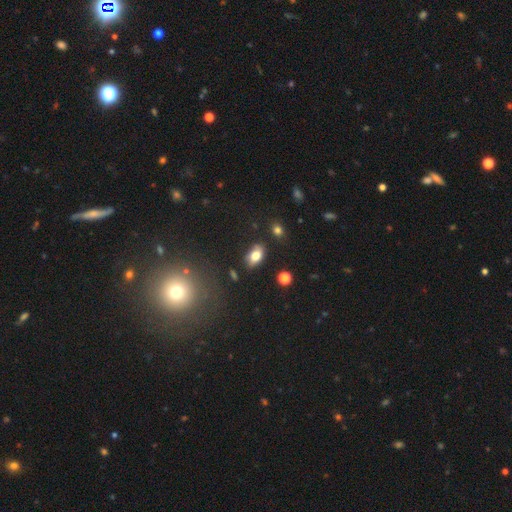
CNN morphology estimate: Smooth or featured: smooth — 77% (featured or disk — 14%)
How rounded: in between — 91% (round — 7%)
Merging: none — 78% (minor disturbance — 15%)